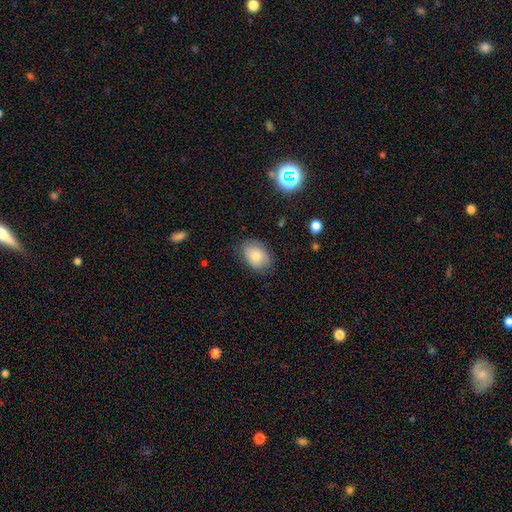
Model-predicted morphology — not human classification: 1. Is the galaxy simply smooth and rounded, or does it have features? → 76% smooth, 17% featured or disk, 8% star or artifact.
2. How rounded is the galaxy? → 81% in between, 18% round, 1% cigar-shaped.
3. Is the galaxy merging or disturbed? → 76% none, 18% minor disturbance, 4% major disturbance, 1% merger.